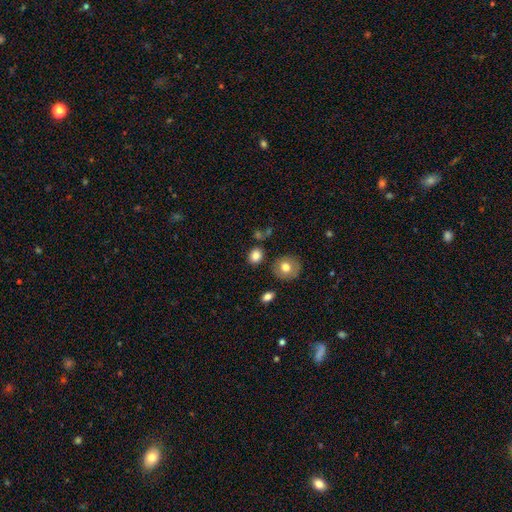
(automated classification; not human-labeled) Overall: smooth (83%). How rounded: round (65%; in between 34%). Merging: none (79%).